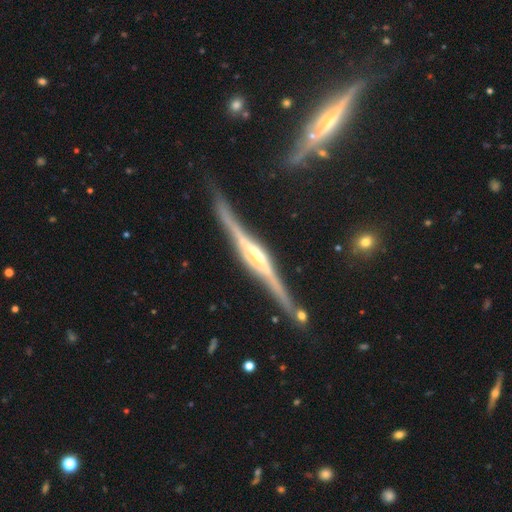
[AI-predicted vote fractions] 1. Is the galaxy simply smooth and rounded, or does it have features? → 87% featured or disk, 7% smooth, 6% star or artifact.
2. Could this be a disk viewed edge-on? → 97% yes, 3% no.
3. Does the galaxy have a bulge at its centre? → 59% rounded, 30% boxy, 11% none.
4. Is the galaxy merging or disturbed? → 84% none, 11% minor disturbance, 3% major disturbance, 2% merger.